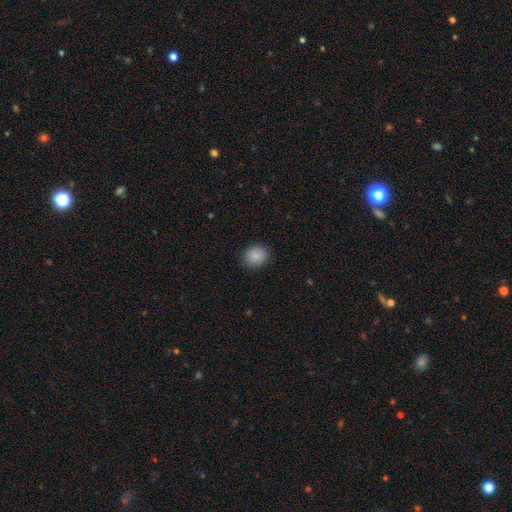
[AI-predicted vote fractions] A smooth galaxy with no disk features (88%) that is round (71%). Merging: none (86%).